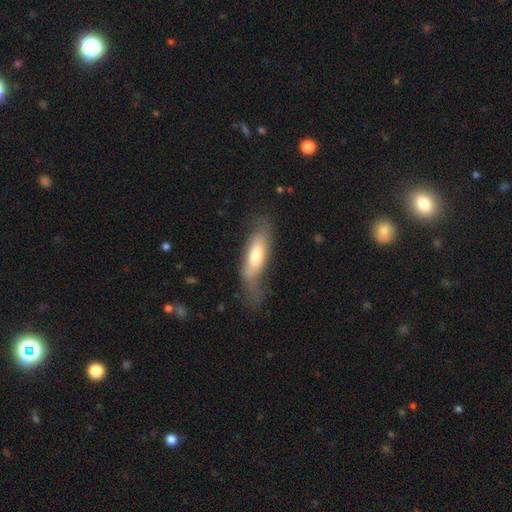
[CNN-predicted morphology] smooth 60%, featured or disk 34%, star or artifact 6%. Down the decision tree: how rounded — cigar-shaped (49%, tied with in between); merging — none (43%).